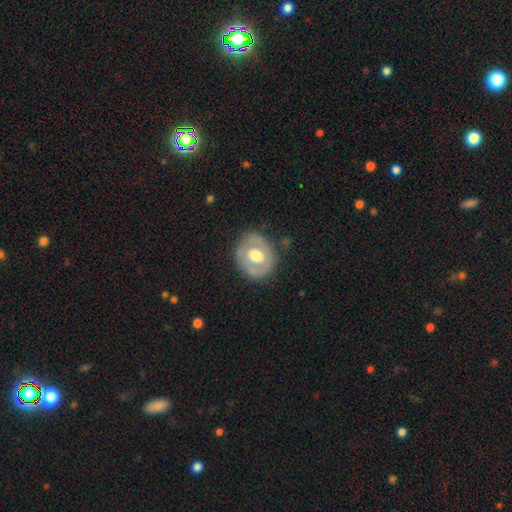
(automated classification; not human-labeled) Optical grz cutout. It shows a featured or disk galaxy (48%). Merging: none (77%).